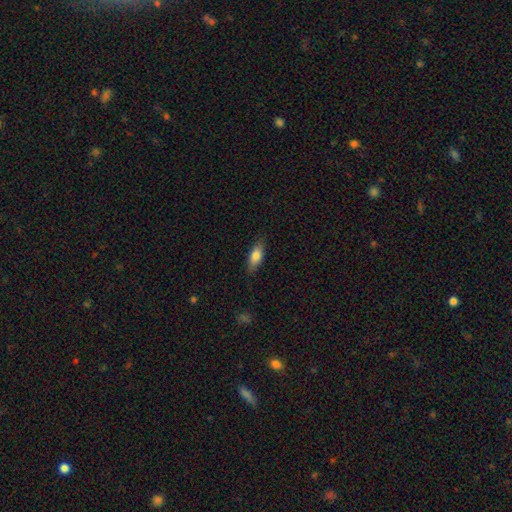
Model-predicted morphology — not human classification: Overall: smooth (79%). How rounded: in between (74%). Merging: none (85%).